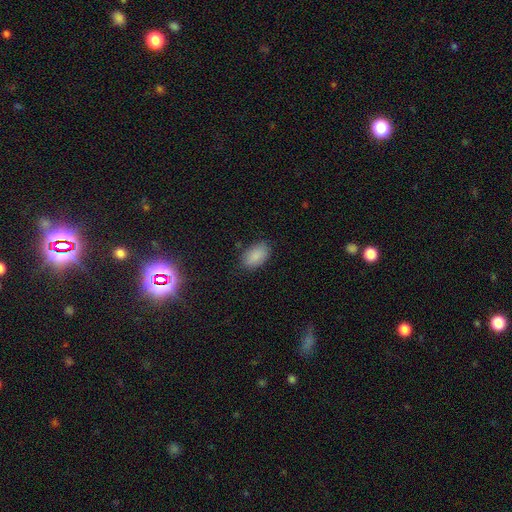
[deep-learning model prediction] Morphology: type=smooth (89%); roundness=in between (93%); merging=none (82%).